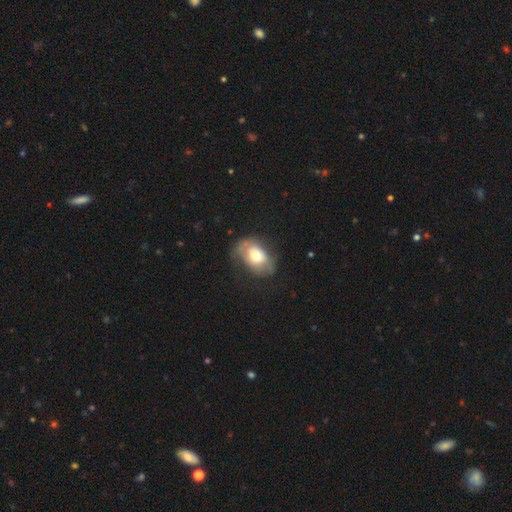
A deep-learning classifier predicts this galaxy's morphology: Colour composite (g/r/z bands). It shows a smooth galaxy with no disk features (56%) that is in between round and cigar-shaped (84%). Merging: none (48%).